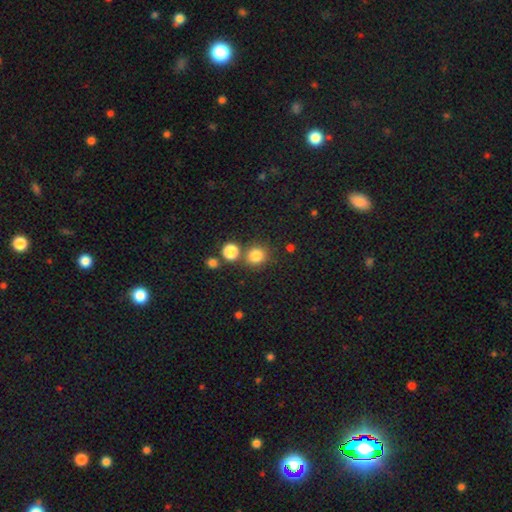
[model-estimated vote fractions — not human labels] This appears to be a smooth galaxy with no disk features (82%) that is round (88%). Merging: none (75%).